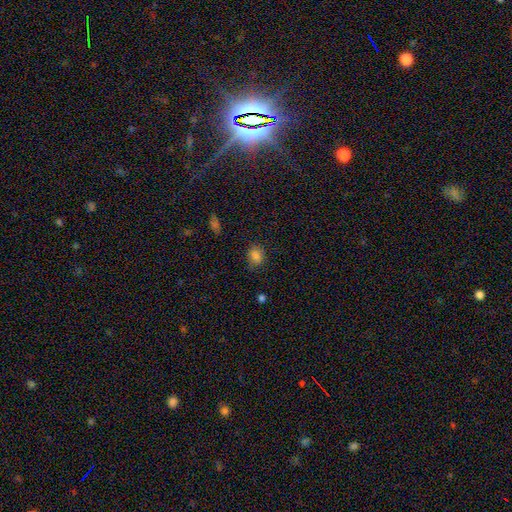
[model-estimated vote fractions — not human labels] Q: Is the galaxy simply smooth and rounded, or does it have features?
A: smooth — 82%.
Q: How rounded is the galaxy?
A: in between — 50%.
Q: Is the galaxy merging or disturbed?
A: none — 80%.